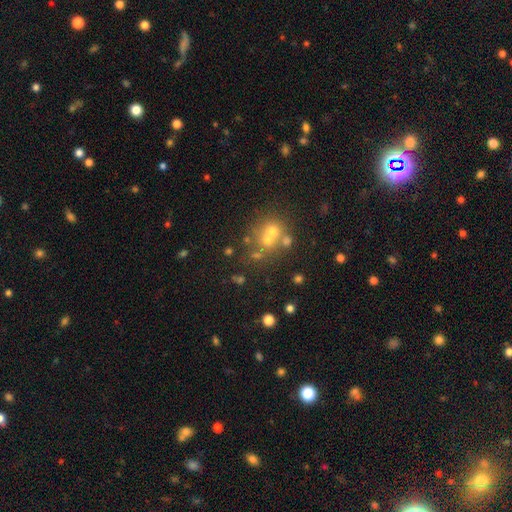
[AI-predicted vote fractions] This appears to be a smooth galaxy with no disk features (48%). Merging: none (46%).